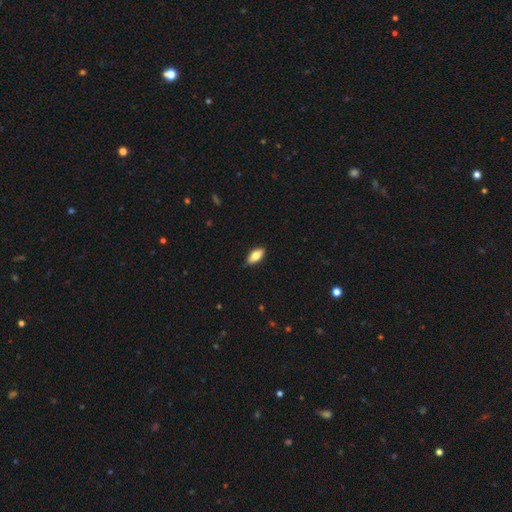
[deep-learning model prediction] Smooth or featured?
  - smooth: 75% *
  - featured or disk: 18%
  - star or artifact: 6%
How rounded?
  - in between: 86% *
  - cigar-shaped: 11%
  - round: 3%
Merging?
  - none: 84% *
  - minor disturbance: 13%
  - major disturbance: 2%
  - merger: 1%